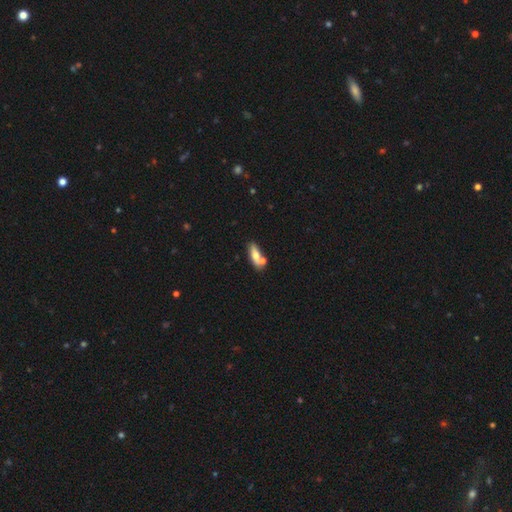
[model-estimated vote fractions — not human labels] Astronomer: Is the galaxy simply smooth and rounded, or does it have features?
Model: smooth — 67%.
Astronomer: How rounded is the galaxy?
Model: in between — 64%.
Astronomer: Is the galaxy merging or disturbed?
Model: none — 56%.